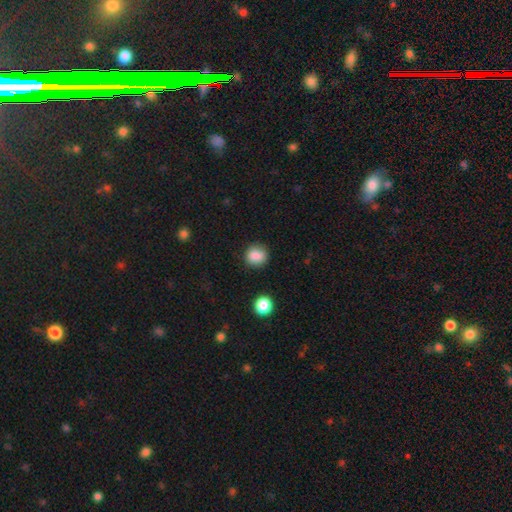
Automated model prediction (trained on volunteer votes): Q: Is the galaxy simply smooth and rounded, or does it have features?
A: smooth — 86%.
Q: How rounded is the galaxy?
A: round — 84%.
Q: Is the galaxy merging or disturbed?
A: none — 85%.